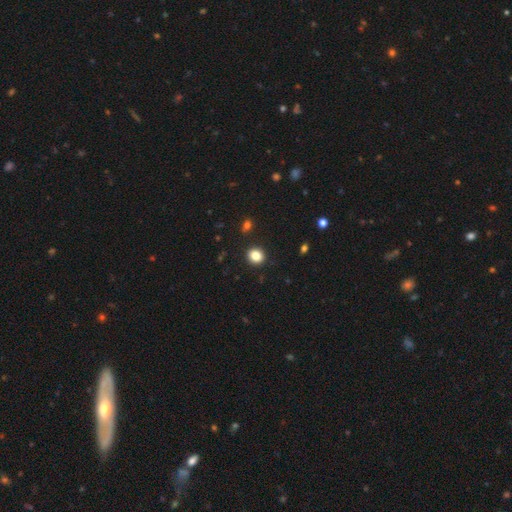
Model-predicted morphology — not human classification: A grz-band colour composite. It shows a smooth galaxy with no disk features (85%) that is round (69%). Merging: none (91%).